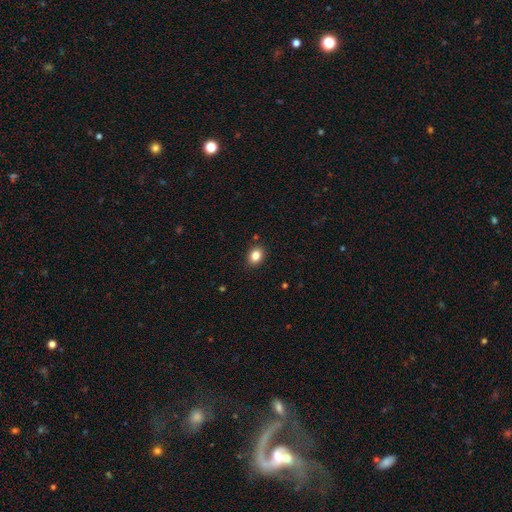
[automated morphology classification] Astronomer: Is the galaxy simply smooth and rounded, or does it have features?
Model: smooth — 84%.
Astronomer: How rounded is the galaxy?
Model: in between — 52% (runner-up: round, 47%).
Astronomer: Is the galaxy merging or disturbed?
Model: none — 89%.